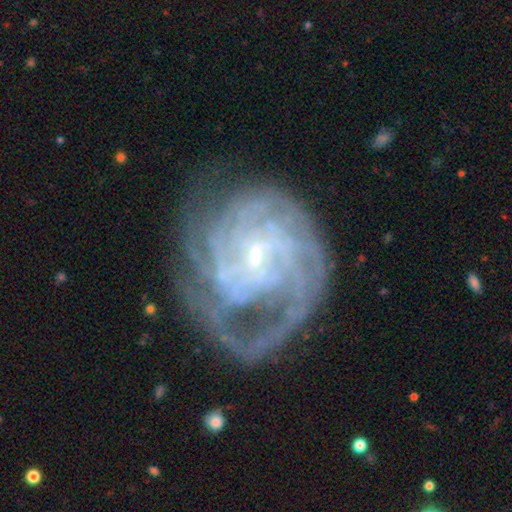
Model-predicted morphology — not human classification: This appears to be a featured or disk galaxy (86%) with a weak bar (45%), tight (62%) spiral arms (95%) and a small central bulge (81%). Merging: none (57%).